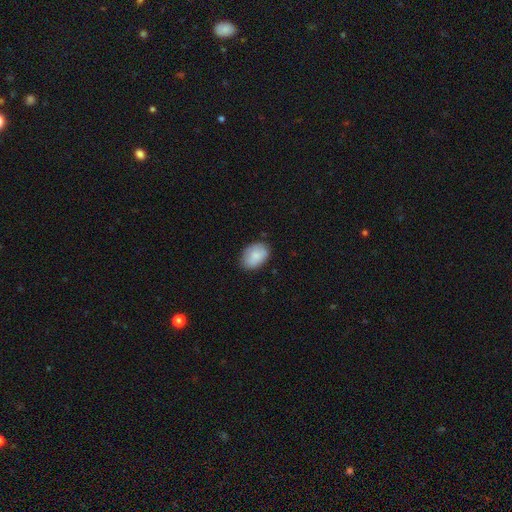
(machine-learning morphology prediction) Overall: smooth (83%). How rounded: in between (85%). Merging: none (78%).